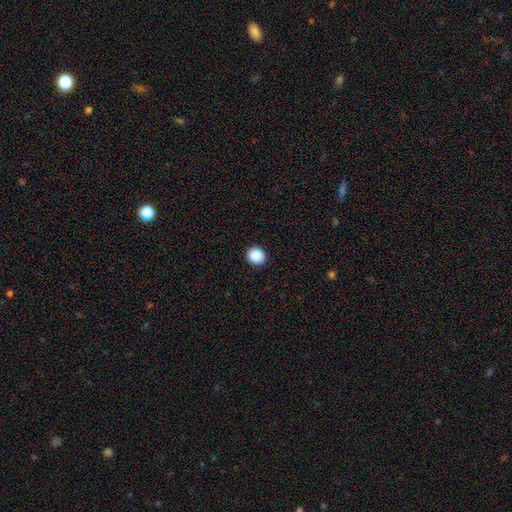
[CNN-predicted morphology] Overall: smooth (88%). How rounded: round (86%). Merging: none (92%).